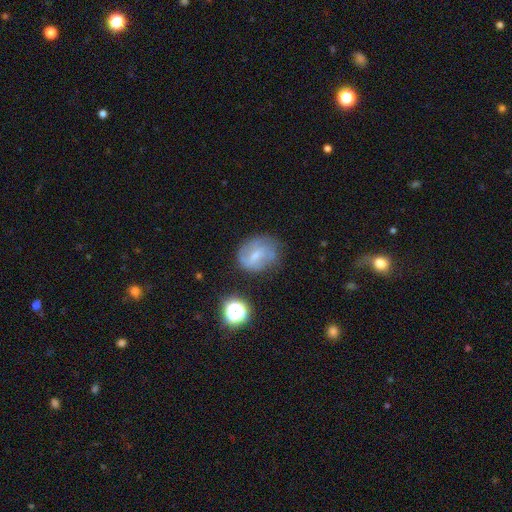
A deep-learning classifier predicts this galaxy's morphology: smooth-or-featured: featured or disk: 46% | smooth: 42% | star or artifact: 12%
  merging: none: 54% | minor disturbance: 29% | major disturbance: 14% | merger: 3%